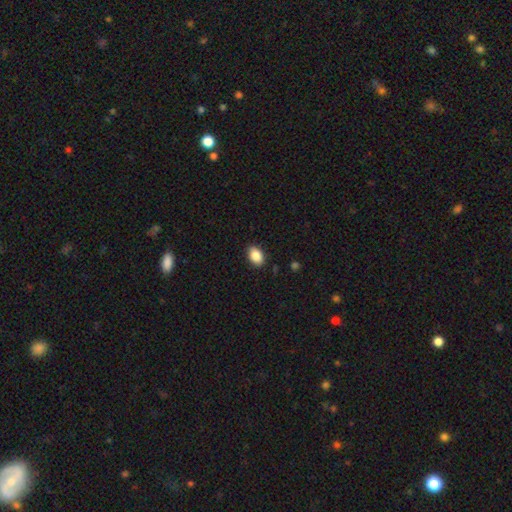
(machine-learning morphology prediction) This appears to be a smooth galaxy with no disk features (87%) that is in between round and cigar-shaped (87%). Merging: none (88%).